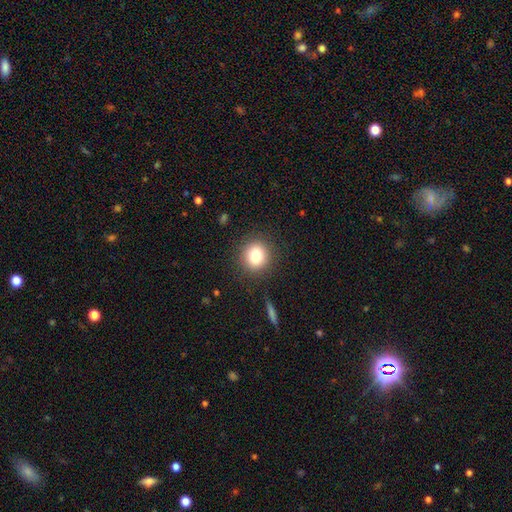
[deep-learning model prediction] A smooth galaxy with no disk features (80%) that is round (85%).

Vote fractions:
- Smooth or featured? smooth: 80% / star or artifact: 11% / featured or disk: 8%
- How rounded? round: 85% / in between: 14% / cigar-shaped: 1%
- Merging? none: 88% / minor disturbance: 8% / major disturbance: 3% / merger: 1%